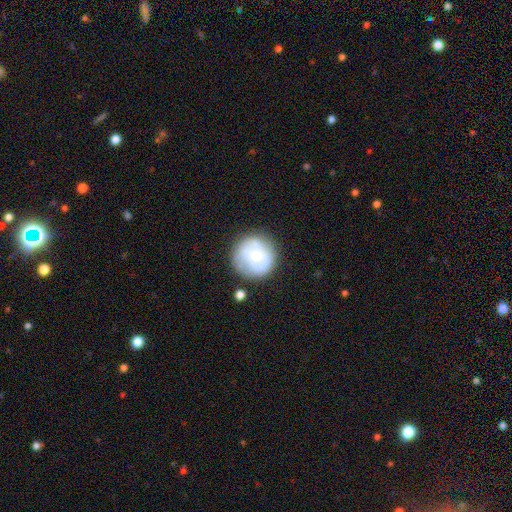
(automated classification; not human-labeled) The model was most divided on "smooth or featured": smooth: 48%, featured or disk: 44%, star or artifact: 7%. More confident: merging — none (68%).